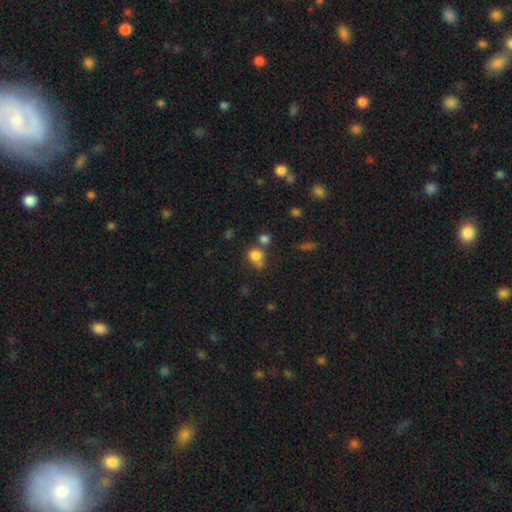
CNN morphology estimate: This appears to be a smooth galaxy with no disk features (79%) that is round (72%). Merging: none (50%).